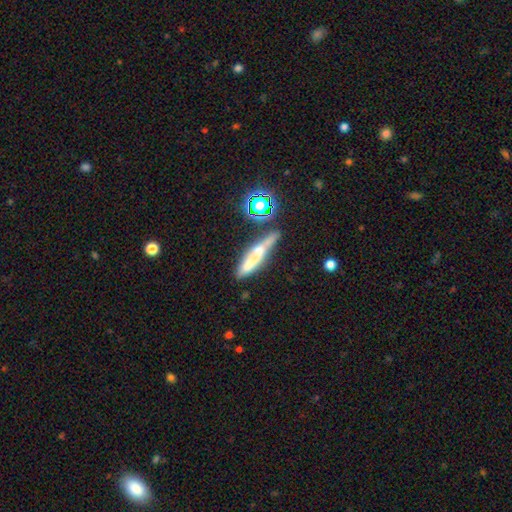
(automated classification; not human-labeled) Smooth or featured?
  - smooth: 45% *
  - featured or disk: 40%
  - star or artifact: 15%
Merging?
  - none: 52% *
  - minor disturbance: 19%
  - merger: 19%
  - major disturbance: 10%